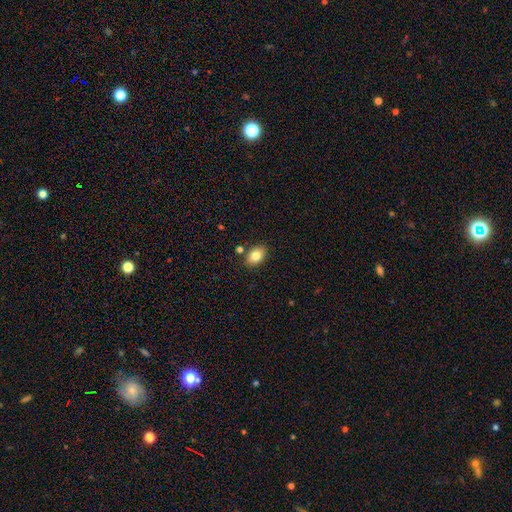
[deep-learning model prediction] This is clearly a smooth galaxy (82%). How rounded: clearly in between (81%). Merging: clearly none (82%).